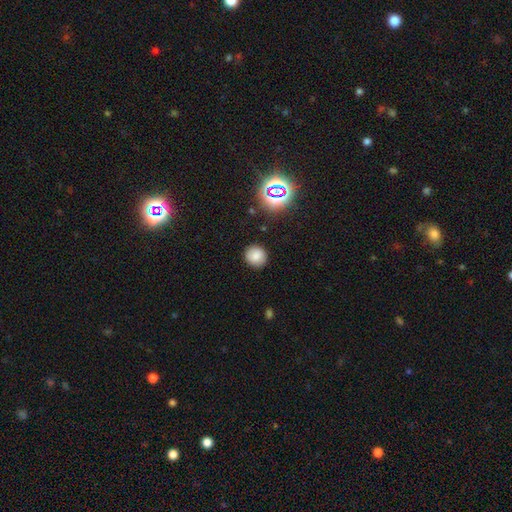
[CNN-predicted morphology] This appears to be a smooth galaxy with no disk features (77%) that is round (89%). Merging: none (87%).